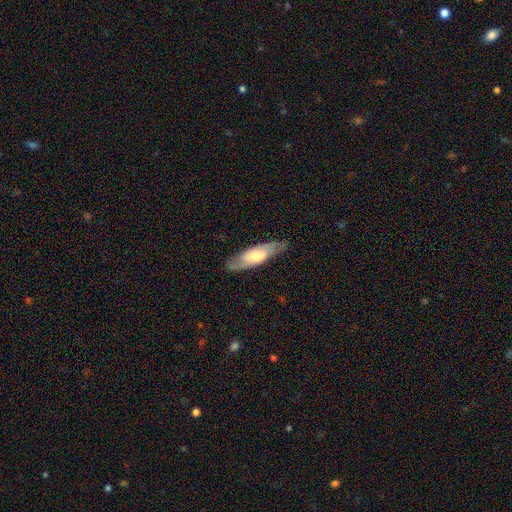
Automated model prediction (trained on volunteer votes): Morphology: type=featured or disk (57%); edge-on=no (68%); merging=none (81%).